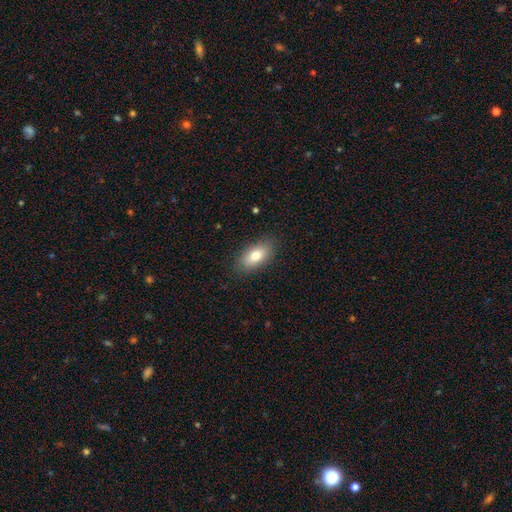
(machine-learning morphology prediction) smooth-or-featured: smooth: 77% | featured or disk: 15% | star or artifact: 8%
  how-rounded: in between: 89% | cigar-shaped: 6% | round: 5%
  merging: none: 86% | minor disturbance: 10% | major disturbance: 3% | merger: 1%